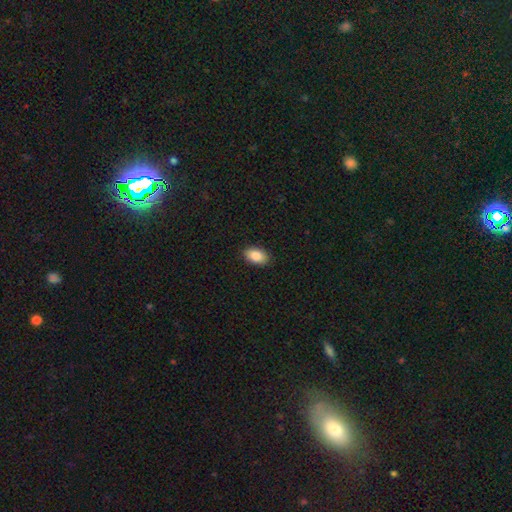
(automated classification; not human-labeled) Smooth or featured? smooth (87%)
How rounded? in between (92%)
Merging? none (89%)